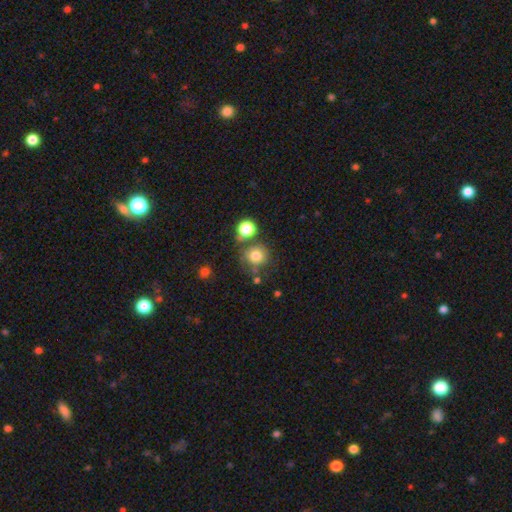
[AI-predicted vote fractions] Q: Smooth or featured?
A: smooth (77%); runner-up: star or artifact (13%)
Q: How rounded?
A: round (88%); runner-up: in between (11%)
Q: Merging?
A: none (66%); runner-up: merger (15%)